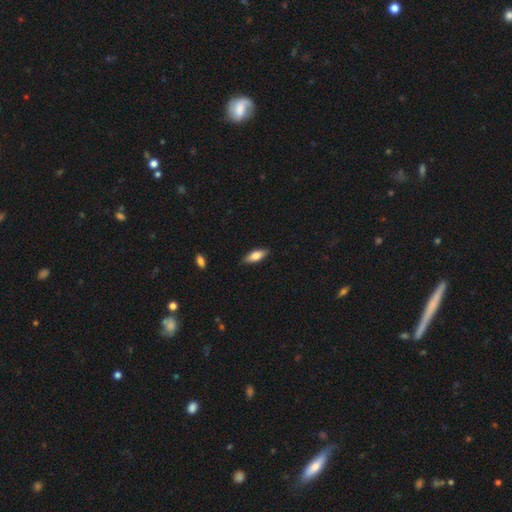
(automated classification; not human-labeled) Morphology: type=smooth (77%); roundness=in between (68%); merging=none (87%).